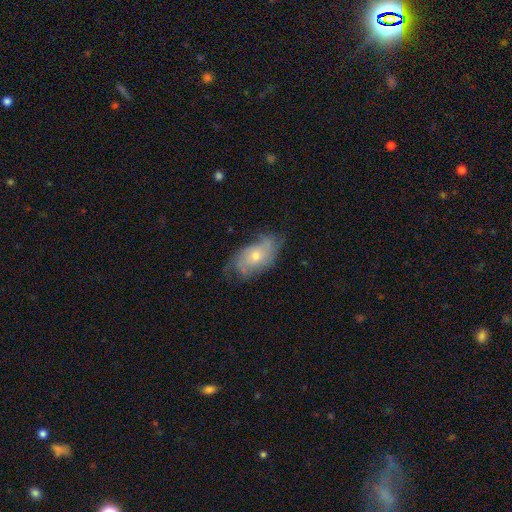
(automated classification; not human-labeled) Smooth or featured?
  - featured or disk: 56% *
  - smooth: 36%
  - star or artifact: 8%
Edge-on disk?
  - no: 91% *
  - yes: 9%
Bar?
  - no: 84% *
  - weak: 14%
  - strong: 3%
Spiral arms?
  - yes: 72% *
  - no: 28%
Bulge size?
  - moderate: 50% *
  - small: 46%
  - large: 2%
  - none: 1%
  - dominant: 1%
Merging?
  - none: 56% *
  - minor disturbance: 30%
  - major disturbance: 13%
  - merger: 2%